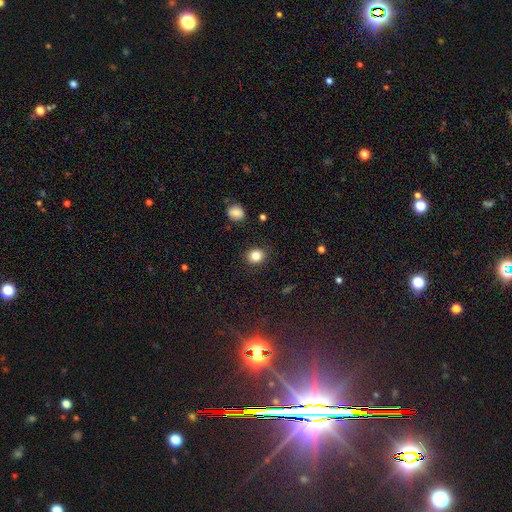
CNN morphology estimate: Smooth or featured: smooth — 82% (star or artifact — 11%)
How rounded: round — 69% (in between — 30%)
Merging: none — 89% (minor disturbance — 8%)